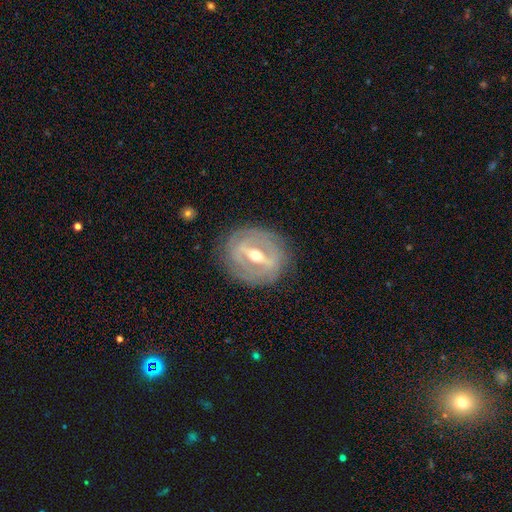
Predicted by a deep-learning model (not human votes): This appears to be a featured or disk galaxy (84%) with a strong bar (75%), spiral arms (53%) and a moderate central bulge (69%). Merging: none (81%).